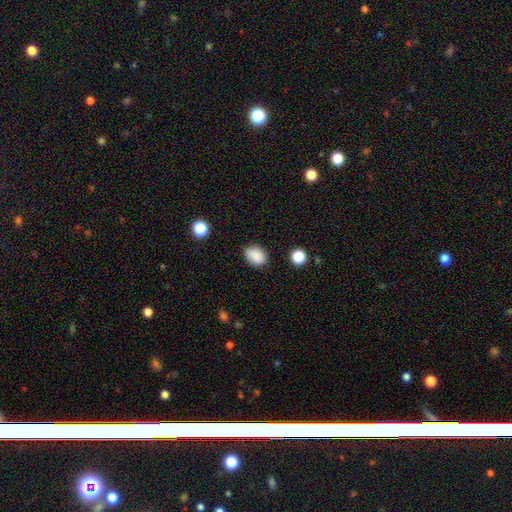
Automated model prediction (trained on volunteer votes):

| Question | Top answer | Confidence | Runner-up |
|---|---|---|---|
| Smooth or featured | smooth | 86% | star or artifact (8%) |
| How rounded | in between | 72% | round (27%) |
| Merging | none | 82% | minor disturbance (13%) |